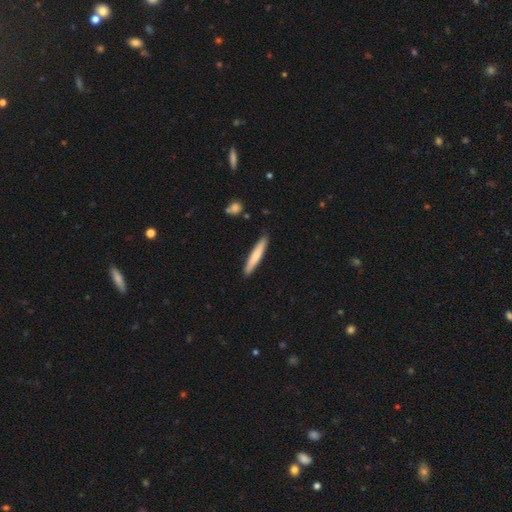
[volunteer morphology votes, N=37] Smooth or featured? 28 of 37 (76%) said smooth. How rounded? 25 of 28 (89%) said cigar-shaped. Merging? 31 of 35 (89%) said none.